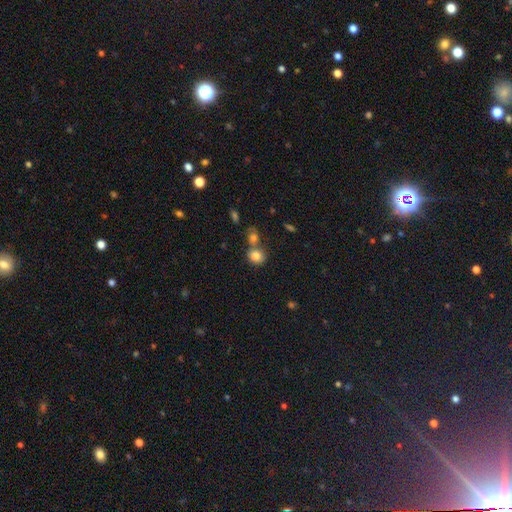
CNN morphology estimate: A smooth galaxy with no disk features (83%) that is round (69%). Merging: none (50%).